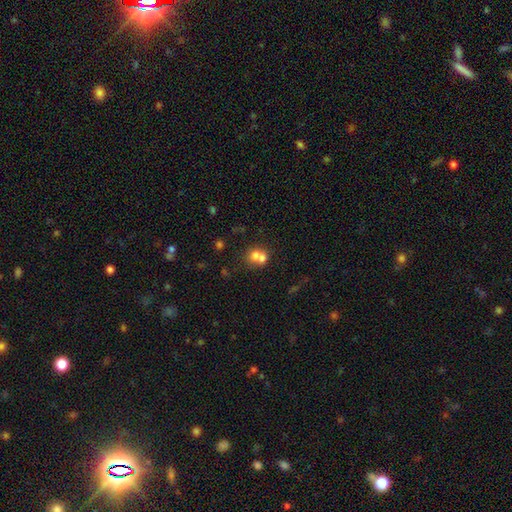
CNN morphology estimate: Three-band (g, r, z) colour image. It shows a smooth galaxy with no disk features (67%) that is round (73%). Merging: merger (64%).